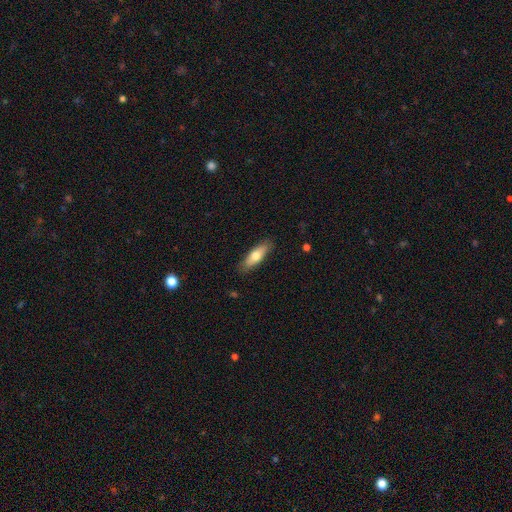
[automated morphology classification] A smooth galaxy with no disk features (69%) that is in between round and cigar-shaped (53%).

Vote fractions:
- Smooth or featured? smooth: 69% / featured or disk: 25% / star or artifact: 6%
- How rounded? in between: 53% / cigar-shaped: 45% / round: 2%
- Merging? none: 86% / minor disturbance: 11% / major disturbance: 2% / merger: 1%